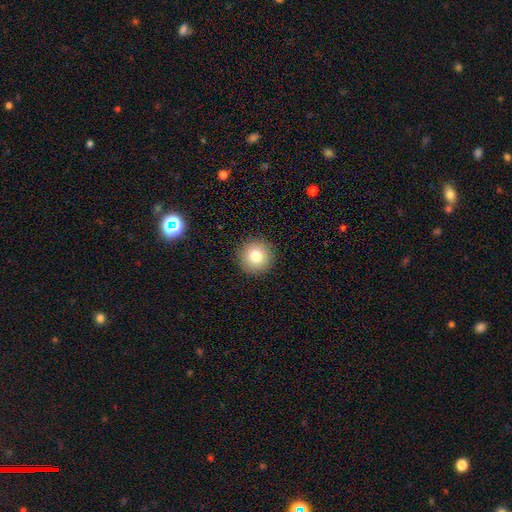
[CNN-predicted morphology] smooth-or-featured: smooth: 81% | star or artifact: 10% | featured or disk: 9%
  how-rounded: round: 95% | in between: 4% | cigar-shaped: 1%
  merging: none: 92% | minor disturbance: 5% | major disturbance: 2% | merger: 1%